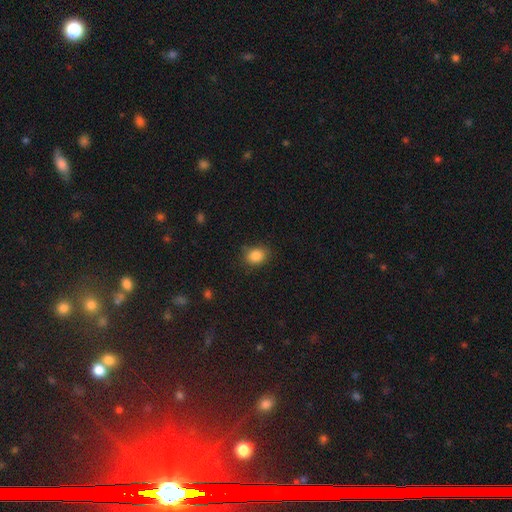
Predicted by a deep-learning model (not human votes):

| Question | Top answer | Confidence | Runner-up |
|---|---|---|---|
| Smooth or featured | smooth | 86% | star or artifact (10%) |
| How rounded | in between | 51% | round (48%) |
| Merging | none | 77% | minor disturbance (17%) |